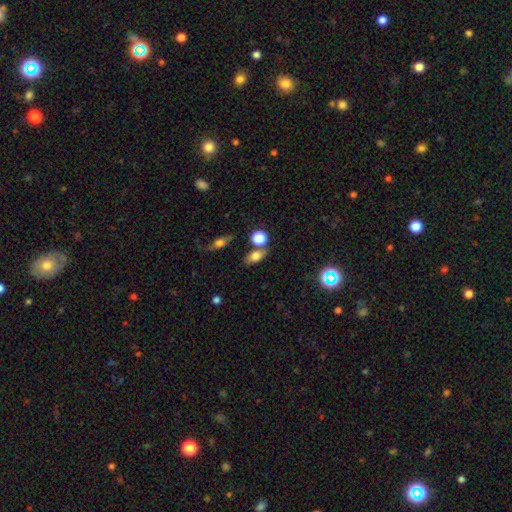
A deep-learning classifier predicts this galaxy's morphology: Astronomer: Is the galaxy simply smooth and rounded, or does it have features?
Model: smooth — 72%.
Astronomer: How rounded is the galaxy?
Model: in between — 72%.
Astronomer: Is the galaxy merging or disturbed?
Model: none — 63%.